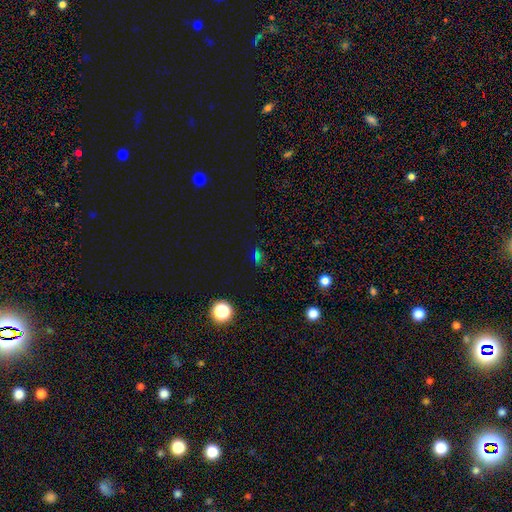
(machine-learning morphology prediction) Smooth or featured? Predicted: star or artifact (p=0.50).